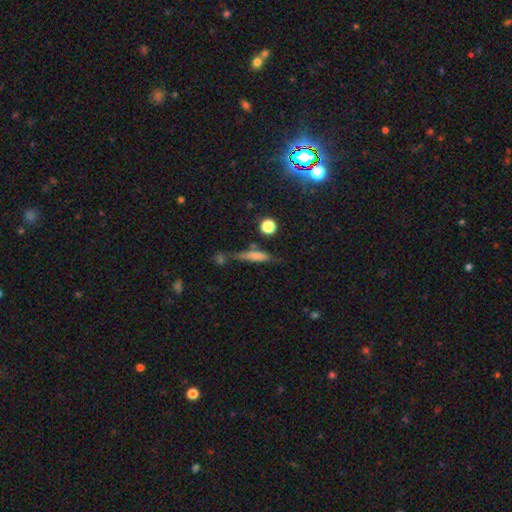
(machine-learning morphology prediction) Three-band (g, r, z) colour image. It shows a smooth galaxy with no disk features (61%) that is cigar-shaped (78%). Merging: none (59%).